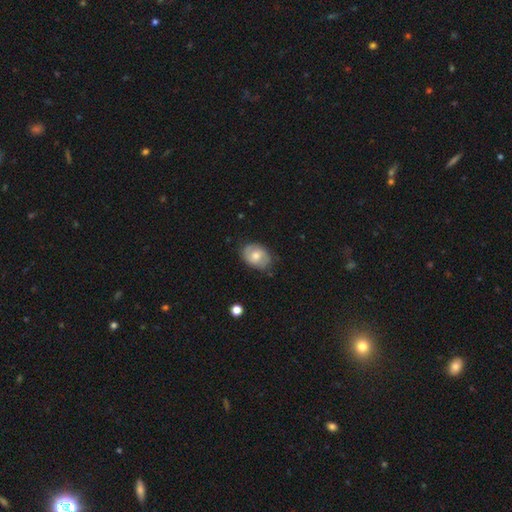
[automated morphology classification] smooth-or-featured: featured or disk: 47% | smooth: 45% | star or artifact: 8%
  merging: none: 75% | minor disturbance: 19% | major disturbance: 4% | merger: 1%